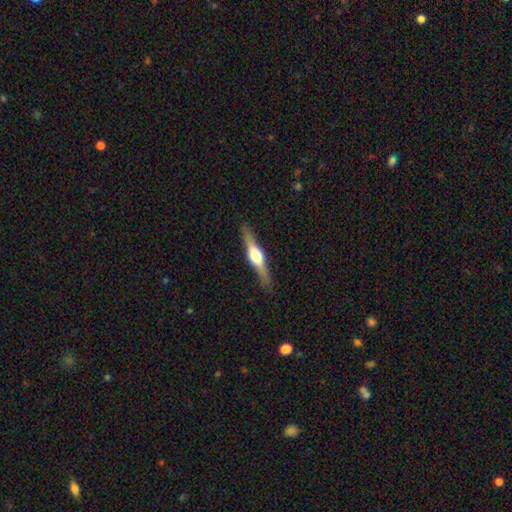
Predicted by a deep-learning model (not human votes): Smooth or featured? Predicted: featured or disk (p=0.76). Edge-on disk? Predicted: yes (p=0.98). Edge-on bulge? Predicted: rounded (p=0.94). Merging? Predicted: none (p=0.89).